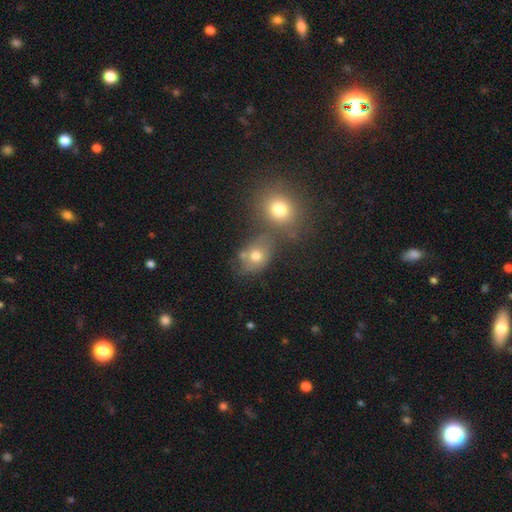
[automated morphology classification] Overall: smooth (64%). How rounded: round (51%; in between 47%). Merging: none (49%; merger 31%).